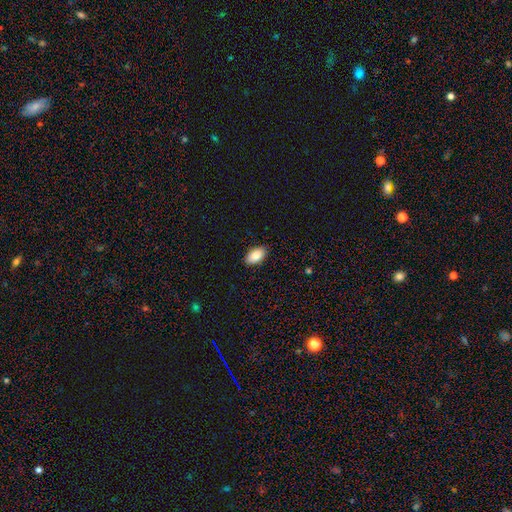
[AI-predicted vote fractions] Smooth or featured? Predicted: smooth (p=0.87). How rounded? Predicted: in between (p=0.94). Merging? Predicted: none (p=0.88).